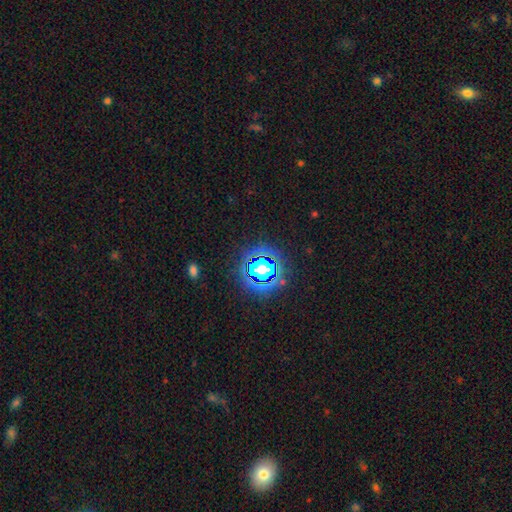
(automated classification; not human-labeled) Smooth or featured?
  - star or artifact: 78% *
  - smooth: 15%
  - featured or disk: 7%